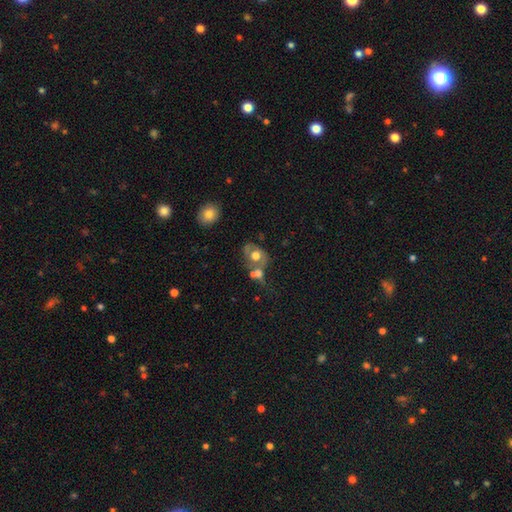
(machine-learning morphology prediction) Smooth or featured: smooth — 47% (featured or disk — 43%)
Merging: none — 36% (merger — 34%)